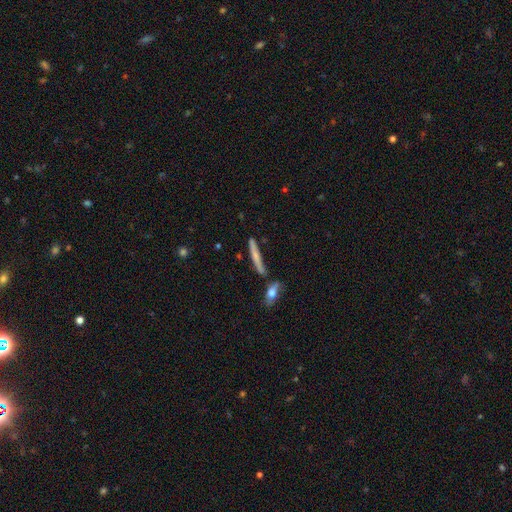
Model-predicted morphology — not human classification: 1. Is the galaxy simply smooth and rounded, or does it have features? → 53% smooth, 40% featured or disk, 7% star or artifact.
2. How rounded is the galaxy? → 93% cigar-shaped, 5% in between, 2% round.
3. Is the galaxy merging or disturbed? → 72% none, 13% minor disturbance, 11% merger, 4% major disturbance.